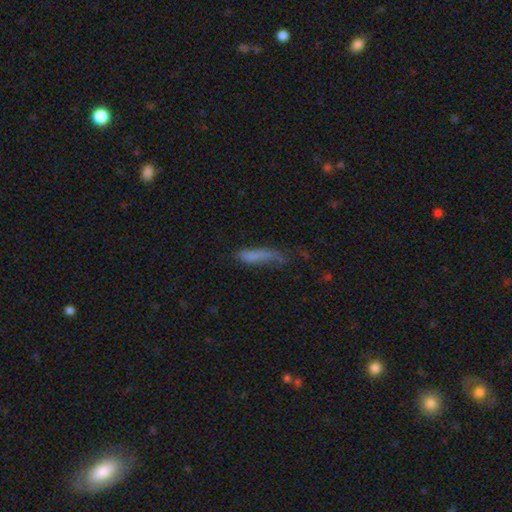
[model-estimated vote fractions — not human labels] Smooth or featured? smooth (70%)
How rounded? cigar-shaped (72%)
Merging? none (38%)